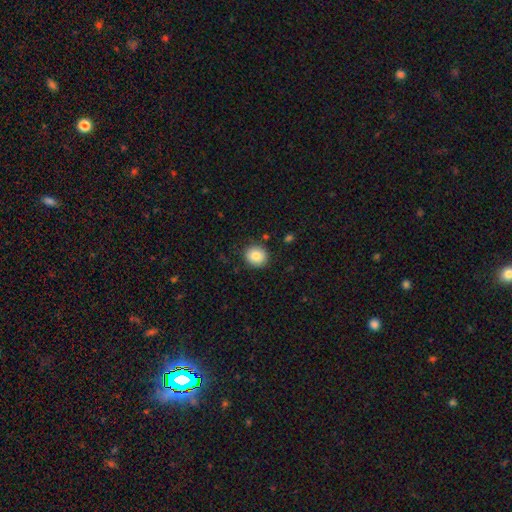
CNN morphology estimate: Overall: smooth (86%). How rounded: round (87%). Merging: none (88%).